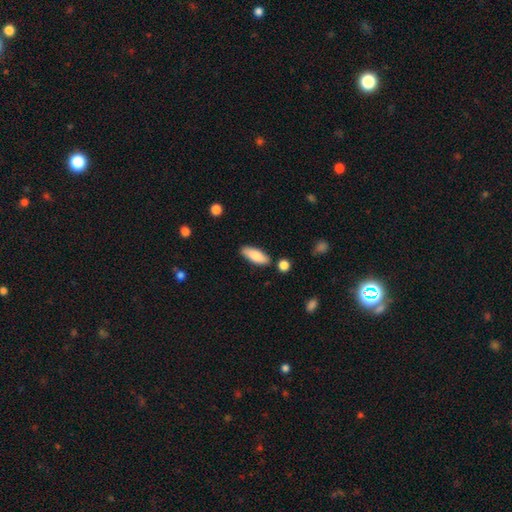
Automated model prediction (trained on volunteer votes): Q: Smooth or featured?
A: smooth (86%); runner-up: featured or disk (8%)
Q: How rounded?
A: in between (70%); runner-up: cigar-shaped (29%)
Q: Merging?
A: none (82%); runner-up: minor disturbance (12%)